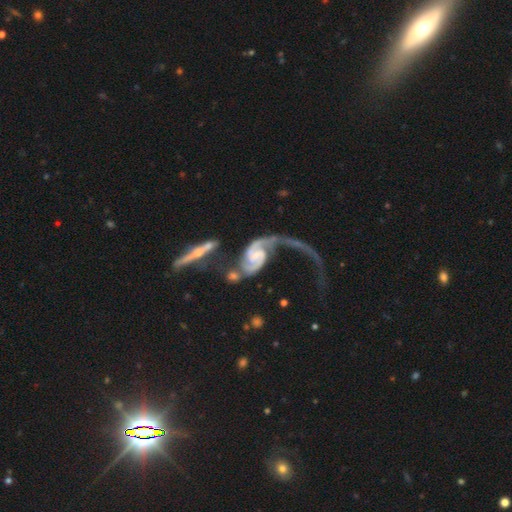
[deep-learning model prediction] smooth-or-featured: featured or disk: 91% | smooth: 5% | star or artifact: 4%
  disk-edge-on: no: 97% | yes: 3%
    bar: no: 42% | weak: 41% | strong: 16%
    has-spiral-arms: yes: 97% | no: 3%
      spiral-winding: loose: 50% | medium: 35% | tight: 15%
      spiral-arm-count: 2: 90% | 1: 4% | can't tell: 3% | 3: 1% | 4: 1% | more than 4: 1%
    bulge-size: small: 53% | moderate: 24% | none: 18% | large: 4% | dominant: 2%
  merging: merger: 34% | major disturbance: 32% | none: 22% | minor disturbance: 12%